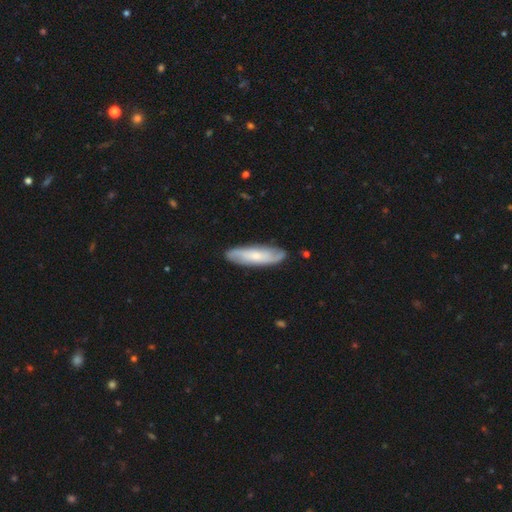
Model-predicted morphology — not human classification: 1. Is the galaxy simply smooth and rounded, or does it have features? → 56% featured or disk, 38% smooth, 6% star or artifact.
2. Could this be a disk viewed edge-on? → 73% no, 27% yes.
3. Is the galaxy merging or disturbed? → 84% none, 12% minor disturbance, 2% major disturbance, 1% merger.